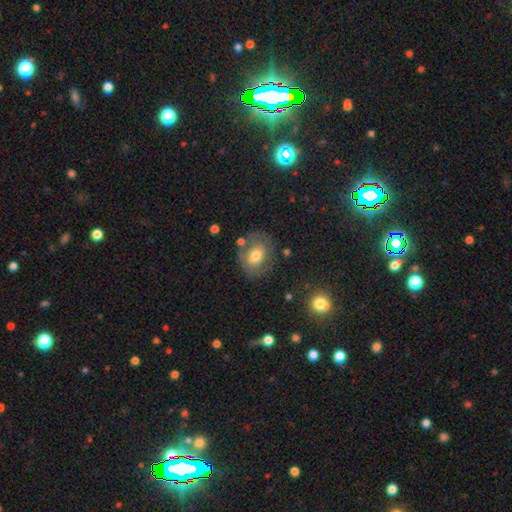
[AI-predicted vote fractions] This is possibly a smooth galaxy (54%). How rounded: possibly round (54%). Merging: likely none (65%).